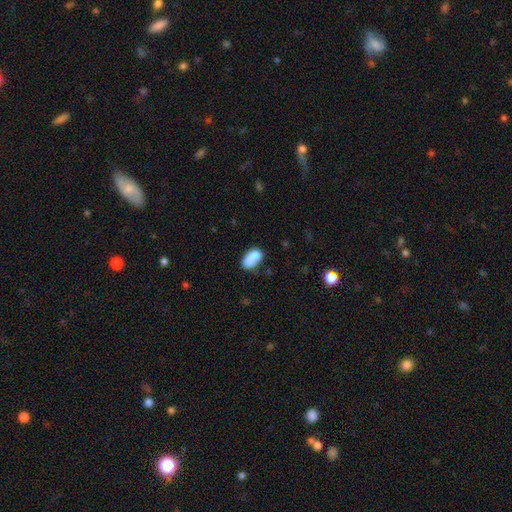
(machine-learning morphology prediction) Smooth or featured?
  - smooth: 80% *
  - featured or disk: 11%
  - star or artifact: 8%
How rounded?
  - in between: 91% *
  - round: 6%
  - cigar-shaped: 3%
Merging?
  - none: 49% *
  - minor disturbance: 26%
  - merger: 14%
  - major disturbance: 11%